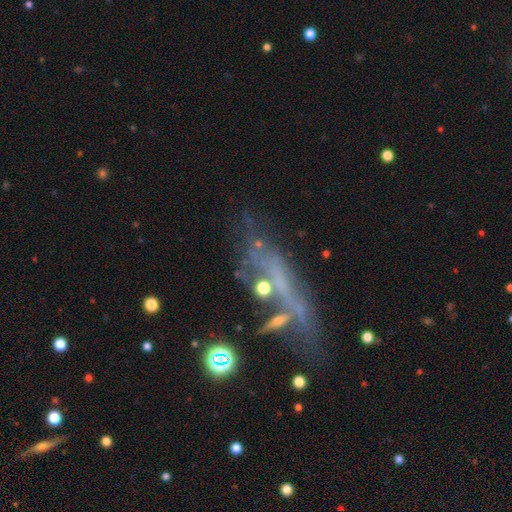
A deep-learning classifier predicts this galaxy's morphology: Smooth or featured? Predicted: featured or disk (p=0.55). Edge-on disk? Predicted: no (p=0.51). Merging? Predicted: none (p=0.41).